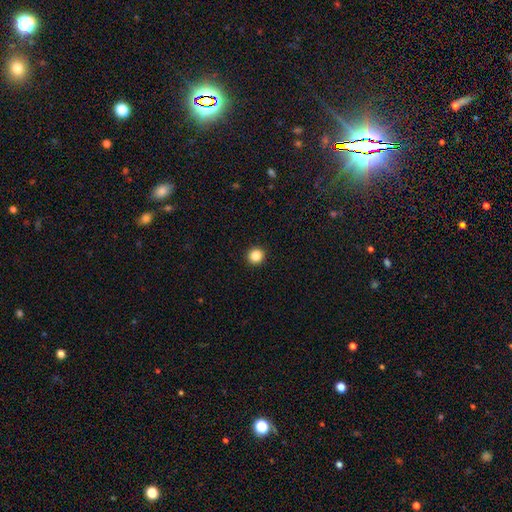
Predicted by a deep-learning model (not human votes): Overall: smooth (87%). How rounded: round (94%). Merging: none (93%).